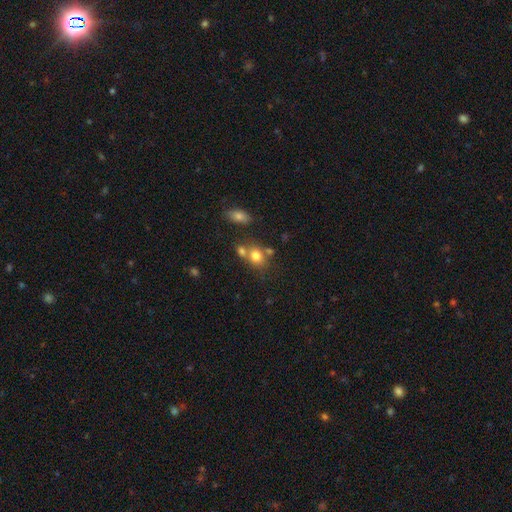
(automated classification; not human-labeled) smooth_or_featured: smooth (p=0.78) [alt: star or artifact p=0.11]
how_rounded: round (p=0.60) [alt: in between p=0.39]
merging: none (p=0.49) [alt: merger p=0.35]